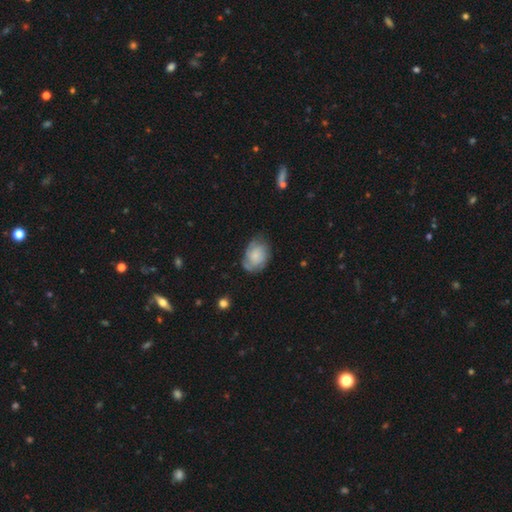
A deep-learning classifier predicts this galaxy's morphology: The model was most divided on "smooth or featured": smooth: 56%, featured or disk: 36%, star or artifact: 8%. More confident: how rounded — in between (70%); merging — none (61%).